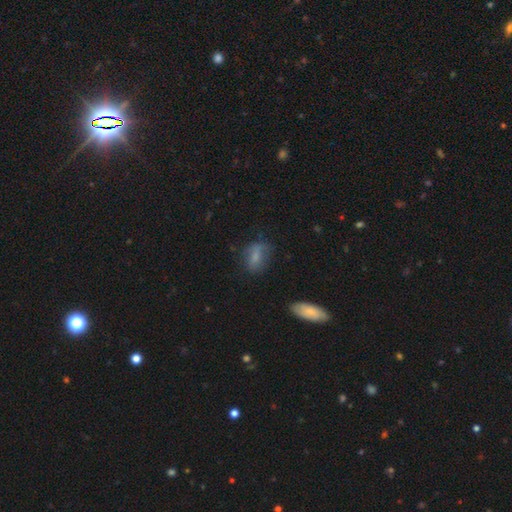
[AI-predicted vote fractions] This is likely a smooth galaxy (70%). How rounded: likely in between (79%). Merging: possibly none (58%).